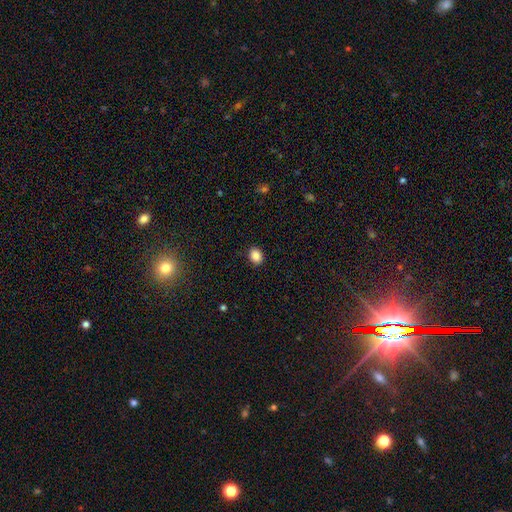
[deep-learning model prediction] Q: Smooth or featured?
A: smooth (87%); runner-up: star or artifact (10%)
Q: How rounded?
A: in between (55%); runner-up: round (44%)
Q: Merging?
A: none (89%); runner-up: minor disturbance (8%)